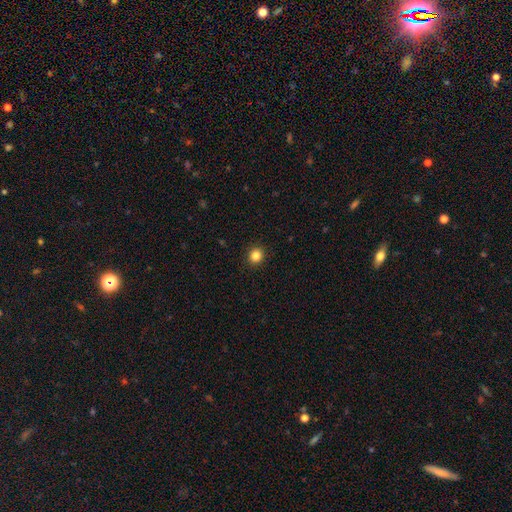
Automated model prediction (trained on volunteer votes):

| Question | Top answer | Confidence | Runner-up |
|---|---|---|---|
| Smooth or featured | smooth | 84% | star or artifact (12%) |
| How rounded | round | 88% | in between (11%) |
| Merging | none | 93% | minor disturbance (5%) |